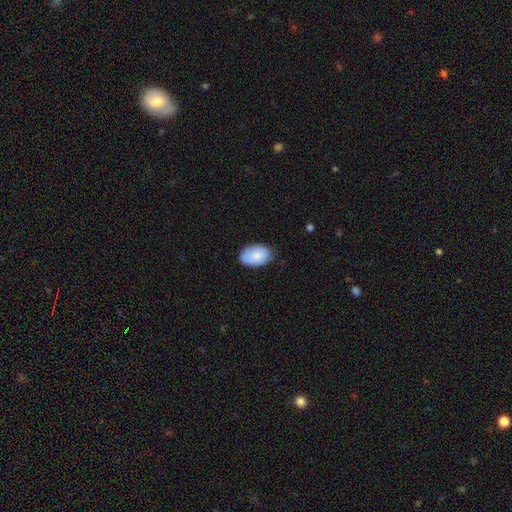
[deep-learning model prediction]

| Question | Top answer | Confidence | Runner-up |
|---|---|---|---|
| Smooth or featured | smooth | 85% | featured or disk (9%) |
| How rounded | in between | 93% | round (6%) |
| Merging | none | 76% | minor disturbance (20%) |